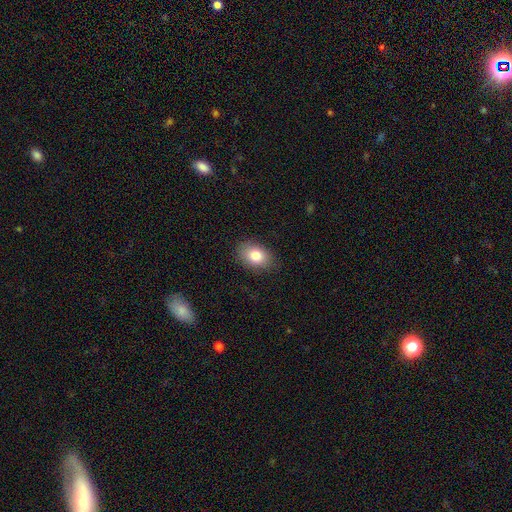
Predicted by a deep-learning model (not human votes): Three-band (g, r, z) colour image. It shows a smooth galaxy with no disk features (82%) that is in between round and cigar-shaped (82%). Merging: none (85%).